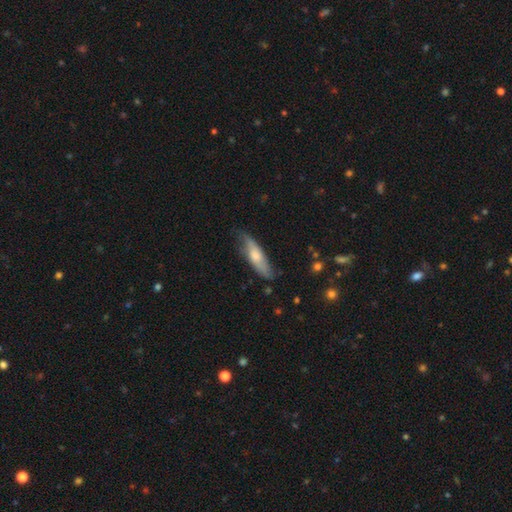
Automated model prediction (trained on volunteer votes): Smooth or featured? smooth (55%)
How rounded? cigar-shaped (60%)
Merging? none (66%)